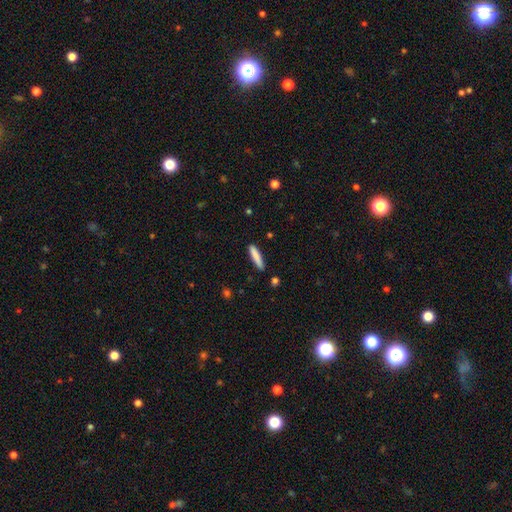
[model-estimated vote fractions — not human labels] Smooth or featured? Predicted: smooth (p=0.82). How rounded? Predicted: cigar-shaped (p=0.90). Merging? Predicted: none (p=0.87).